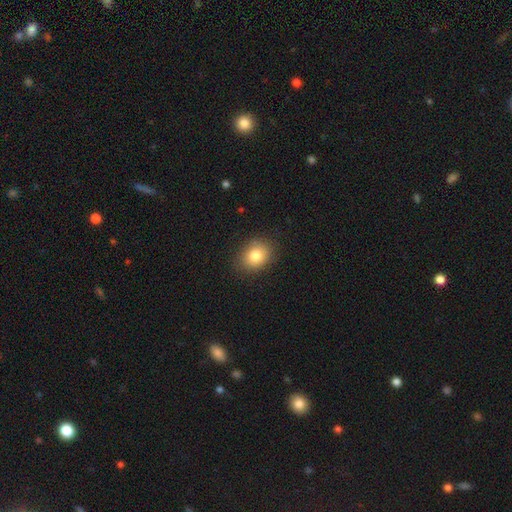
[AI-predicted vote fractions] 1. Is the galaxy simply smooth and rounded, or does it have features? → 83% smooth, 9% star or artifact, 8% featured or disk.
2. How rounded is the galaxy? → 57% in between, 42% round, 1% cigar-shaped.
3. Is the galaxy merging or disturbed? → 85% none, 11% minor disturbance, 3% major disturbance, 1% merger.